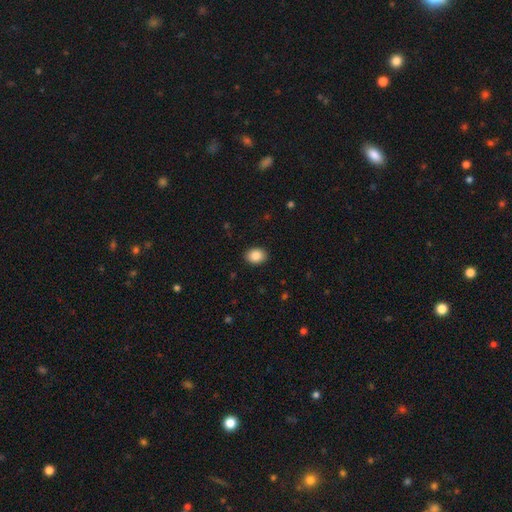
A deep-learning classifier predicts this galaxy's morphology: Smooth or featured? smooth (86%)
How rounded? in between (61%)
Merging? none (91%)